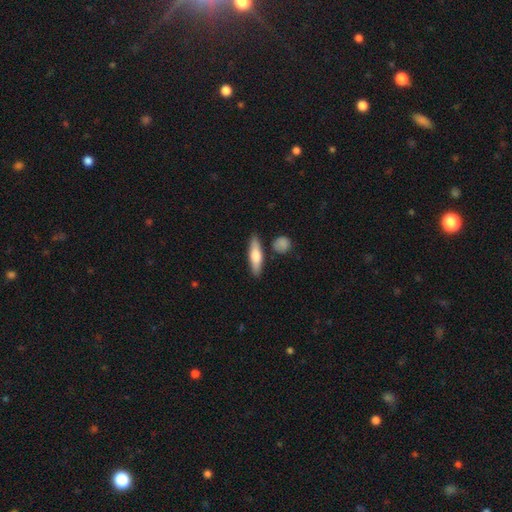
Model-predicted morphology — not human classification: smooth-or-featured: smooth: 62% | featured or disk: 33% | star or artifact: 6%
  how-rounded: cigar-shaped: 64% | in between: 33% | round: 3%
  merging: none: 84% | minor disturbance: 10% | merger: 5% | major disturbance: 2%